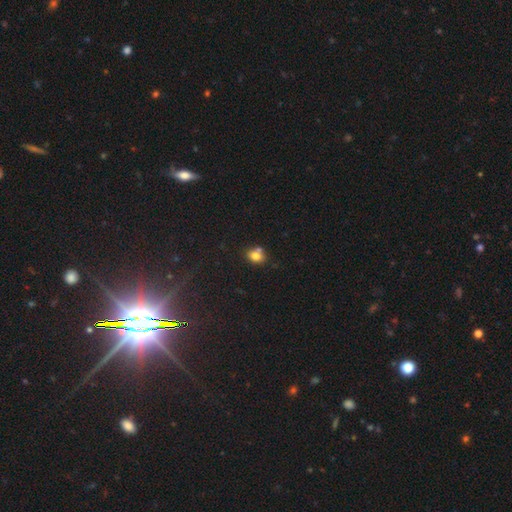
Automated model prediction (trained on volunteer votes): This appears to be a smooth galaxy with no disk features (77%) that is round (50%). Merging: none (54%).